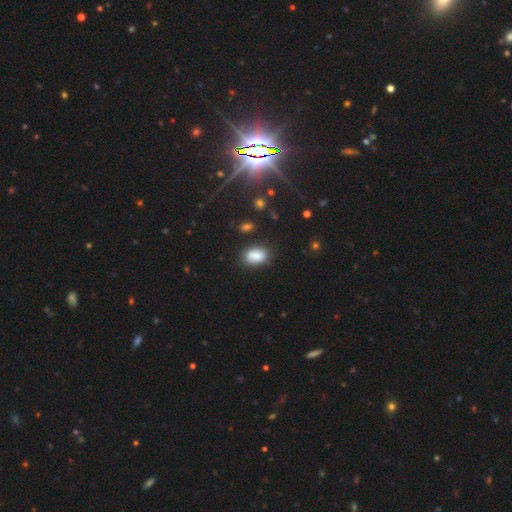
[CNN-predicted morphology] type=smooth (82%); roundness=in between (86%); merging=none (71%).